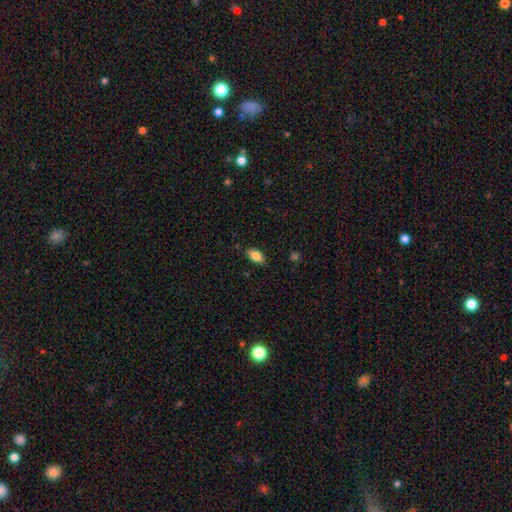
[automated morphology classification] A smooth galaxy with no disk features (81%) that is in between round and cigar-shaped (91%).

Vote fractions:
- Smooth or featured? smooth: 81% / featured or disk: 11% / star or artifact: 7%
- How rounded? in between: 91% / round: 5% / cigar-shaped: 4%
- Merging? none: 85% / minor disturbance: 12% / major disturbance: 2% / merger: 1%